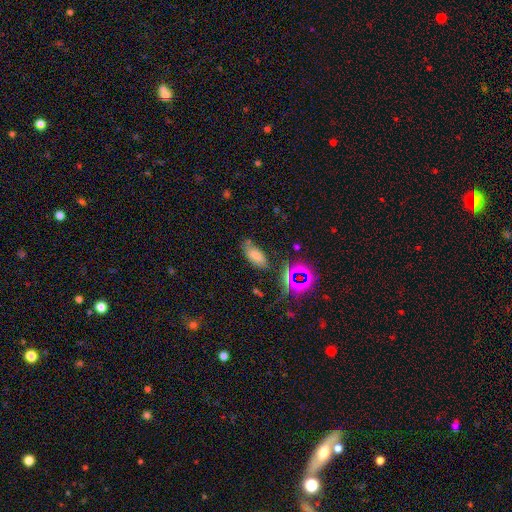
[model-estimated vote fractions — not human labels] Q: Smooth or featured?
A: smooth (66%); runner-up: star or artifact (22%)
Q: How rounded?
A: in between (88%); runner-up: cigar-shaped (9%)
Q: Merging?
A: none (69%); runner-up: minor disturbance (20%)